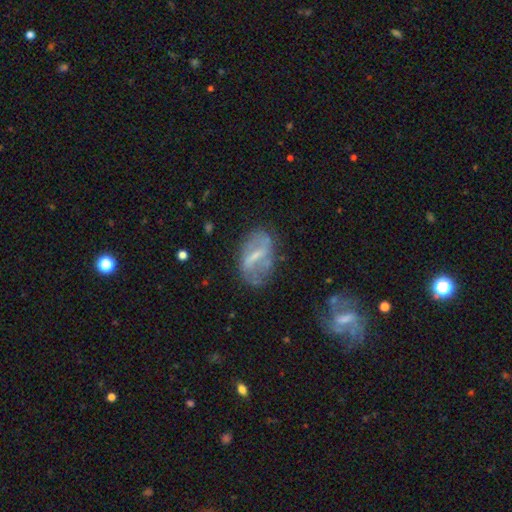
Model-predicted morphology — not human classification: smooth-or-featured: featured or disk: 67% | smooth: 25% | star or artifact: 8%
  disk-edge-on: no: 91% | yes: 9%
    bar: strong: 50% | weak: 38% | no: 12%
    has-spiral-arms: yes: 55% | no: 45%
    bulge-size: small: 46% | moderate: 27% | none: 24% | large: 2% | dominant: 1%
  merging: none: 60% | minor disturbance: 23% | major disturbance: 13% | merger: 4%